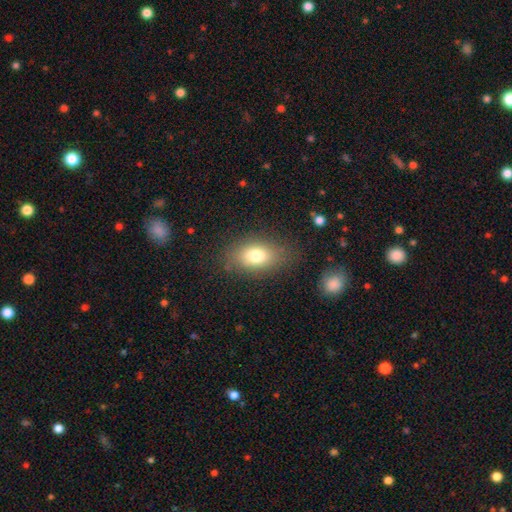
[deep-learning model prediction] smooth-or-featured: smooth: 77% | featured or disk: 13% | star or artifact: 10%
  how-rounded: in between: 82% | round: 16% | cigar-shaped: 2%
  merging: none: 78% | minor disturbance: 15% | major disturbance: 6% | merger: 2%